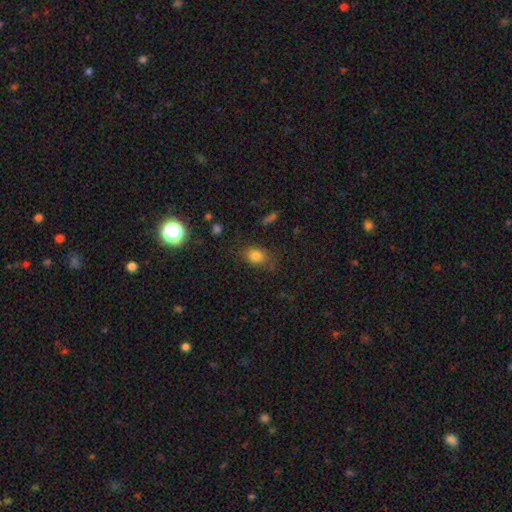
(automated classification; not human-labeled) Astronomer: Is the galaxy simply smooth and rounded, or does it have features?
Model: smooth — 80%.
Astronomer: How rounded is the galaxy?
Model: in between — 61%.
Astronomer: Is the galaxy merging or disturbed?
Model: none — 72%.